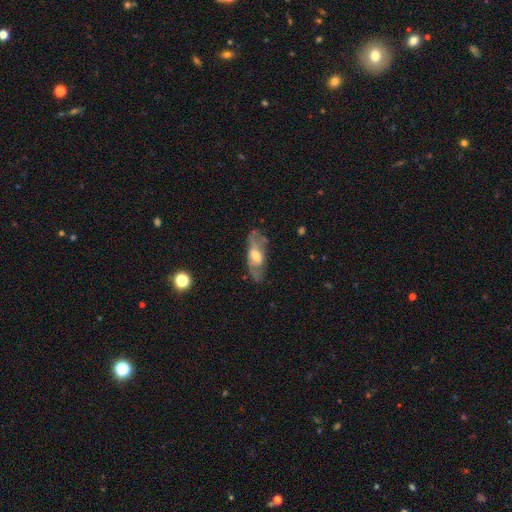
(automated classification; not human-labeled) Morphology: type=featured or disk (62%); edge-on=no (79%); merging=none (60%).